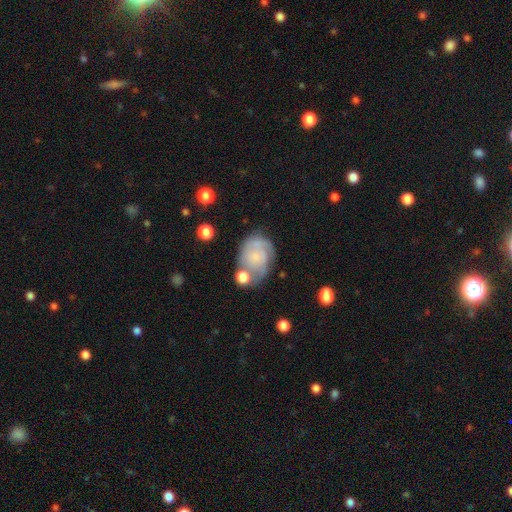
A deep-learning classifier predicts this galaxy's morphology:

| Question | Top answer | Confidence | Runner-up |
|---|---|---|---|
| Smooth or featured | featured or disk | 54% | smooth (37%) |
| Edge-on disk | no | 97% | yes (3%) |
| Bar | no | 78% | weak (19%) |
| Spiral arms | yes | 77% | no (23%) |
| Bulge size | small | 49% | none (30%) |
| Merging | none | 49% | minor disturbance (24%) |